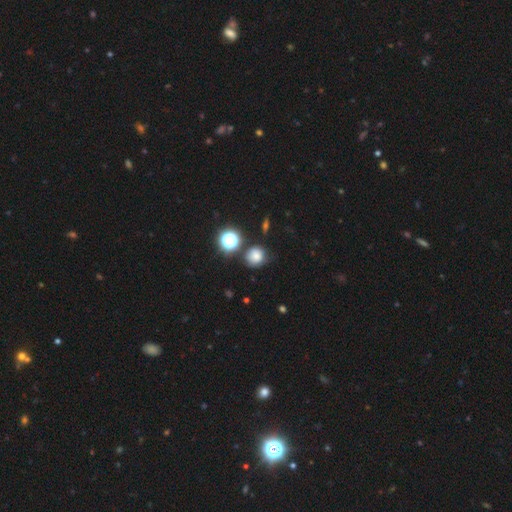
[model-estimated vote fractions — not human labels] This is likely a smooth galaxy (73%). How rounded: clearly round (86%). Merging: likely none (74%).